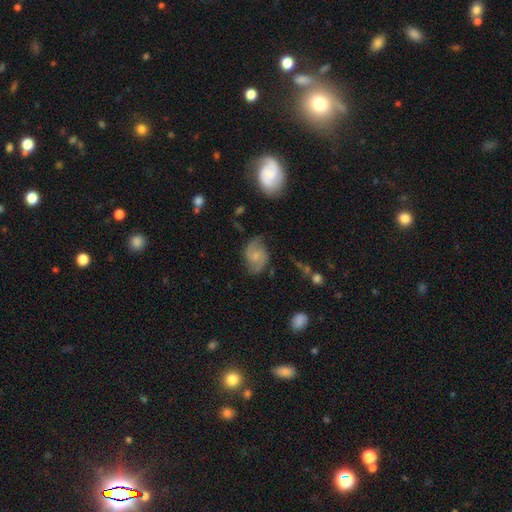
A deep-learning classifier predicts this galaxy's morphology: Smooth or featured?
  - featured or disk: 66% *
  - smooth: 26%
  - star or artifact: 8%
Edge-on disk?
  - no: 97% *
  - yes: 3%
Bar?
  - no: 61% *
  - weak: 34%
  - strong: 5%
Spiral arms?
  - yes: 92% *
  - no: 8%
Spiral winding?
  - medium: 47% *
  - loose: 33%
  - tight: 20%
Spiral arm count?
  - 2: 88% *
  - can't tell: 7%
  - 1: 2%
  - 3: 2%
  - 4: 1%
  - more than 4: 1%
Bulge size?
  - small: 52% *
  - moderate: 31%
  - none: 13%
  - large: 3%
  - dominant: 1%
Merging?
  - none: 71% *
  - minor disturbance: 20%
  - major disturbance: 7%
  - merger: 2%